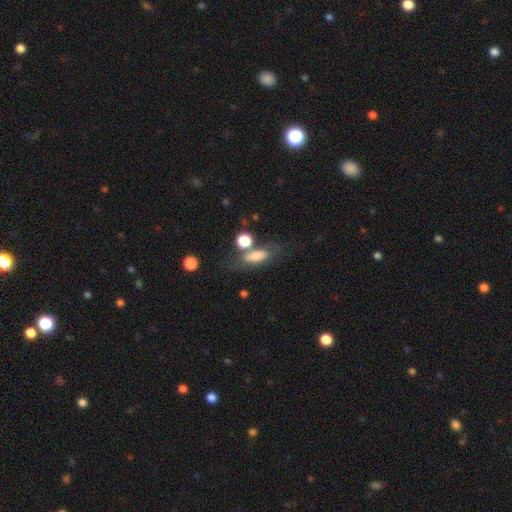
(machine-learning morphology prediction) Smooth or featured? Predicted: smooth (p=0.72). How rounded? Predicted: in between (p=0.64). Merging? Predicted: none (p=0.50).